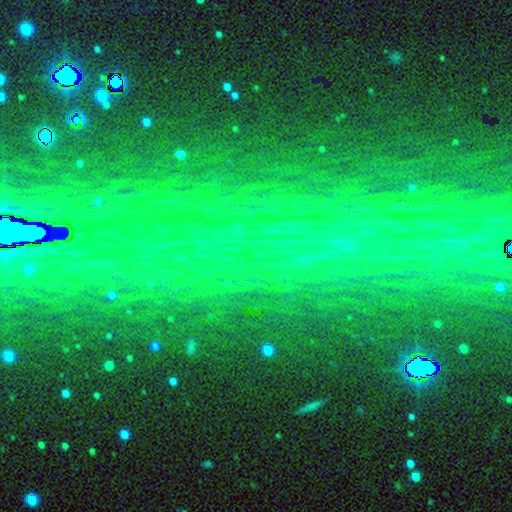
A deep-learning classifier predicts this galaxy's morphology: This appears to be a star or artifact, not a galaxy (85%).